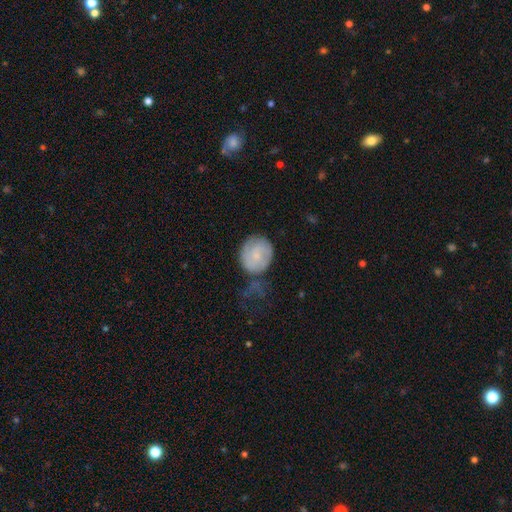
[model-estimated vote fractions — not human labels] smooth_or_featured: smooth (p=0.47) [alt: featured or disk p=0.46]
merging: none (p=0.57) [alt: minor disturbance p=0.24]